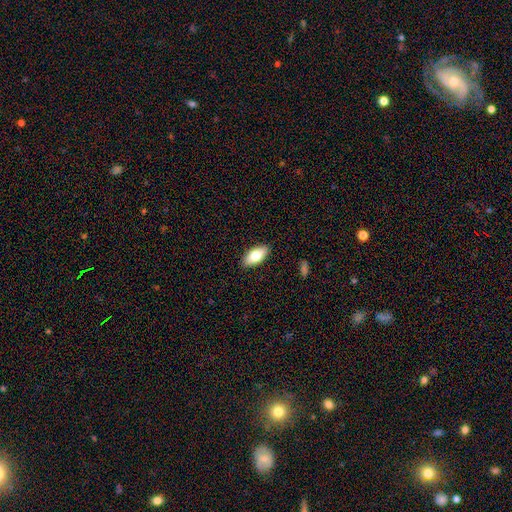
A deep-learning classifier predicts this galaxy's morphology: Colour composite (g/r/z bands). It shows a smooth galaxy with no disk features (77%) that is in between round and cigar-shaped (89%). Merging: none (89%).